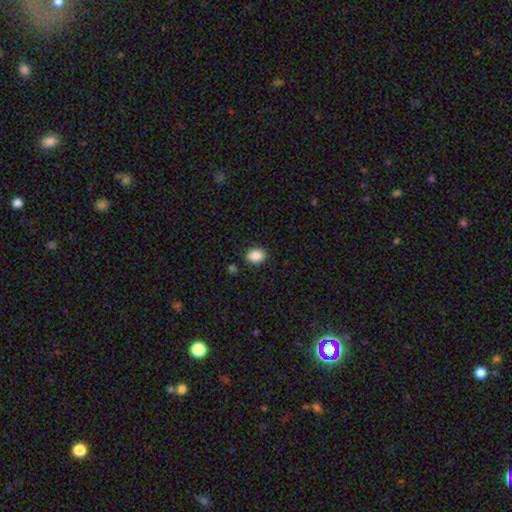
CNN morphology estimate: Smooth or featured? smooth (89%)
How rounded? in between (72%)
Merging? none (87%)